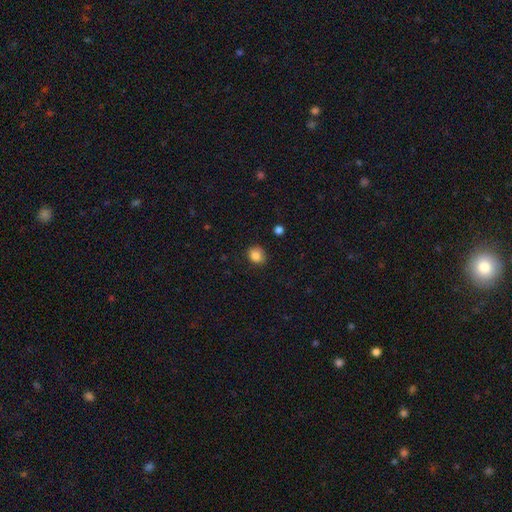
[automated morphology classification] Smooth or featured? smooth (85%)
How rounded? round (67%)
Merging? none (82%)